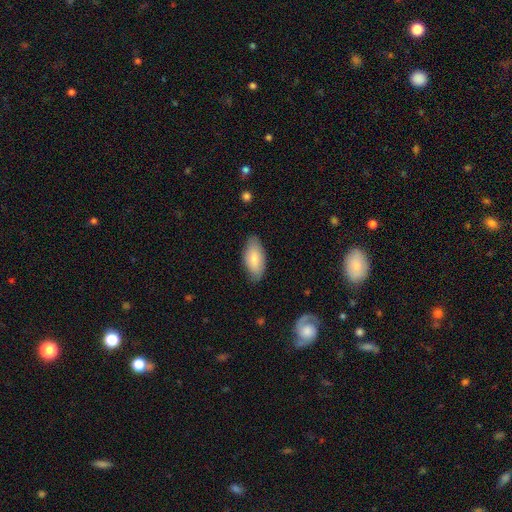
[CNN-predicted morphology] Smooth or featured? Predicted: smooth (p=0.73). How rounded? Predicted: in between (p=0.89). Merging? Predicted: none (p=0.81).